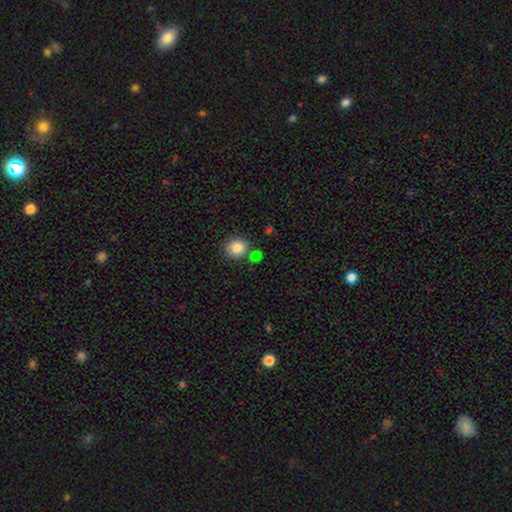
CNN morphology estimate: The model was most divided on "merging": none: 65%, merger: 19%, minor disturbance: 12%, major disturbance: 4%. More confident: smooth or featured — smooth (84%); how rounded — round (82%).